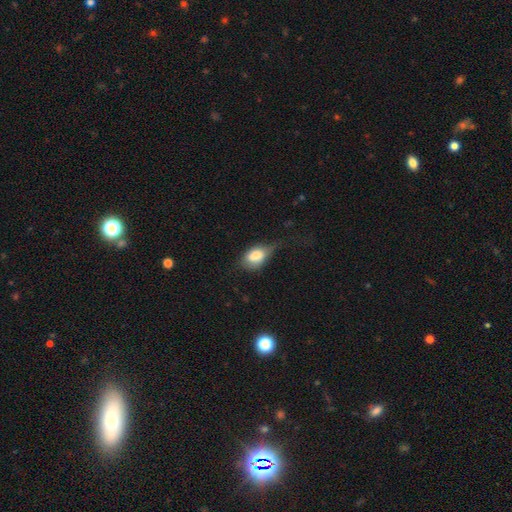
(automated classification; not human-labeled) The model was most divided on "merging": minor disturbance: 38%, none: 31%, major disturbance: 28%, merger: 3%. More confident: how rounded — in between (83%); smooth or featured — smooth (77%).